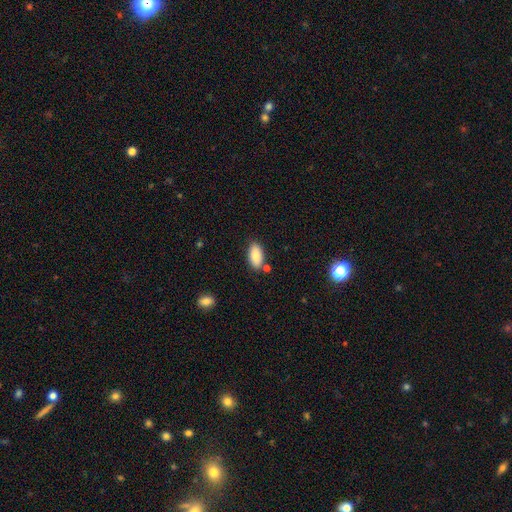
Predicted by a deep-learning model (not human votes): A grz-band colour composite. It shows a smooth galaxy with no disk features (86%) that is in between round and cigar-shaped (93%). Merging: none (79%).